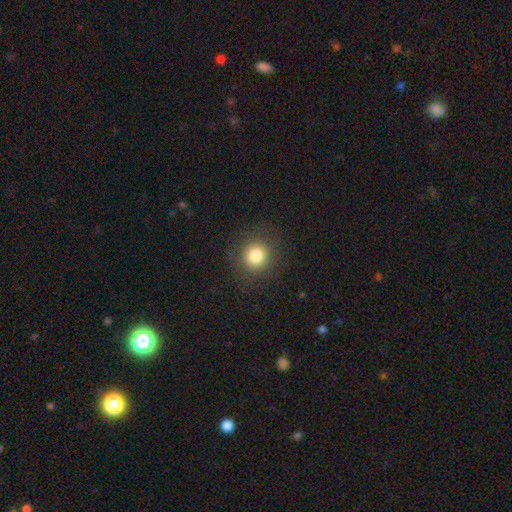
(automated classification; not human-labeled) A smooth galaxy with no disk features (81%) that is round (92%).

Vote fractions:
- Smooth or featured? smooth: 81% / star or artifact: 12% / featured or disk: 7%
- How rounded? round: 92% / in between: 7% / cigar-shaped: 1%
- Merging? none: 88% / minor disturbance: 7% / major disturbance: 4% / merger: 1%